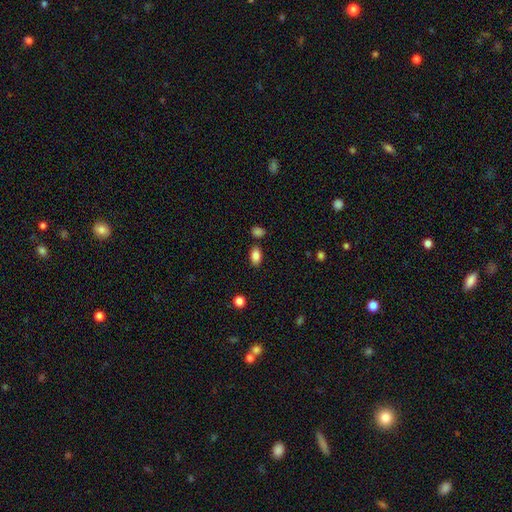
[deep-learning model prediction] smooth 86%, star or artifact 9%, featured or disk 5%. Down the decision tree: how rounded — in between (88%); merging — none (80%).